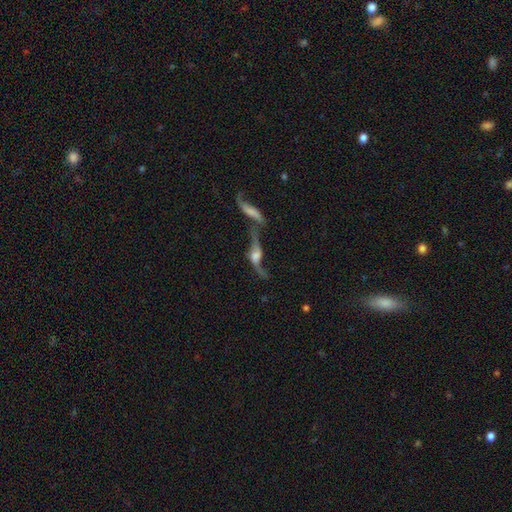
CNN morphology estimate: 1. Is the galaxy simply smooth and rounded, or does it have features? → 70% featured or disk, 21% smooth, 9% star or artifact.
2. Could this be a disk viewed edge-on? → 68% no, 32% yes.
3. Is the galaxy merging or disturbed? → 62% merger, 17% none, 14% major disturbance, 7% minor disturbance.